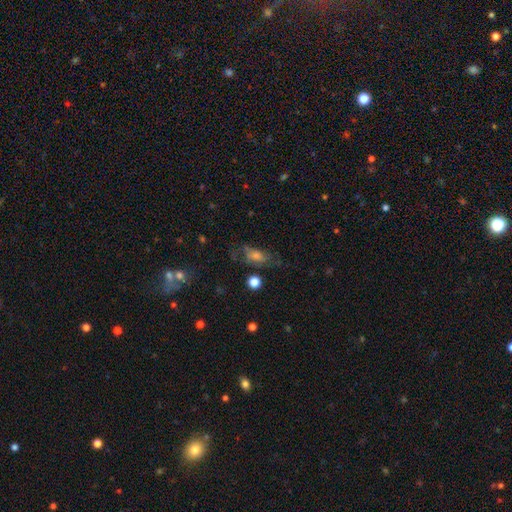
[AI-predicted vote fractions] The model was most divided on "smooth or featured": featured or disk: 43%, smooth: 39%, star or artifact: 19%. More confident: merging — none (55%).